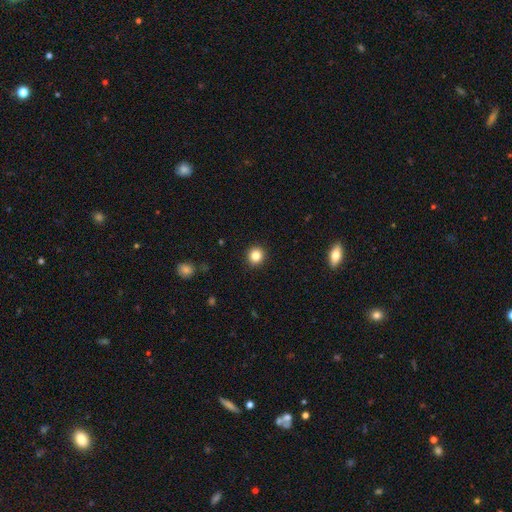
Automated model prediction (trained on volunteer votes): Smooth or featured: smooth — 83% (star or artifact — 12%)
How rounded: round — 92% (in between — 7%)
Merging: none — 92% (minor disturbance — 5%)